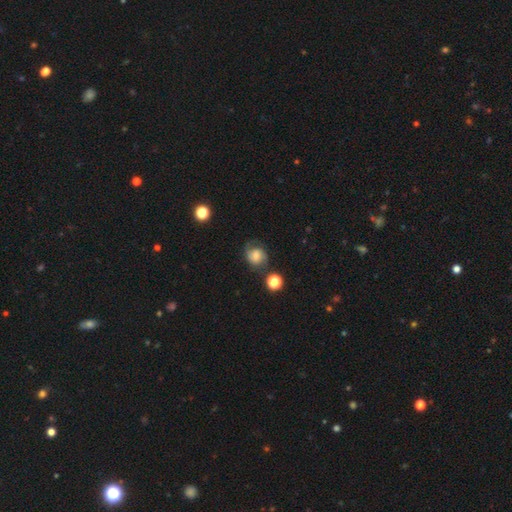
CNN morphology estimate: Smooth or featured?
  - smooth: 47% *
  - featured or disk: 41%
  - star or artifact: 12%
Merging?
  - none: 59% *
  - minor disturbance: 23%
  - major disturbance: 13%
  - merger: 5%